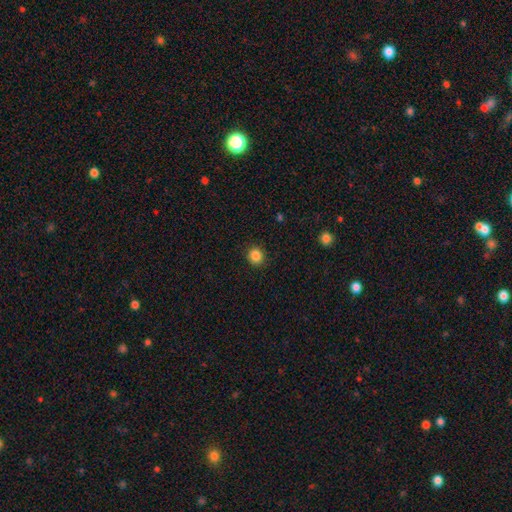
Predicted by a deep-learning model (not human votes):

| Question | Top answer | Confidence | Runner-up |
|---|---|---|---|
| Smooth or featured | smooth | 86% | star or artifact (11%) |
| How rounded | round | 86% | in between (13%) |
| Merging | none | 91% | minor disturbance (6%) |